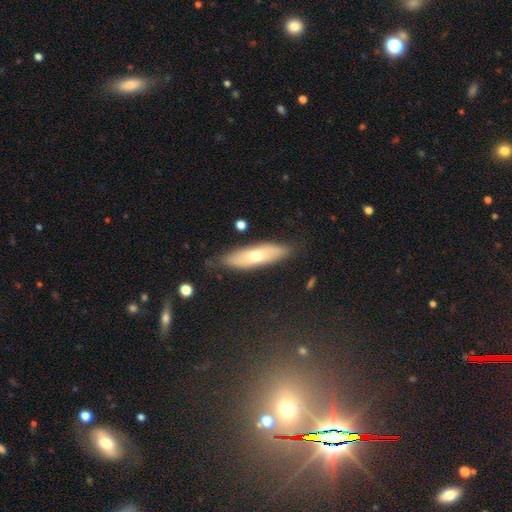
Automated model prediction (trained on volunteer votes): smooth_or_featured: smooth (p=0.58) [alt: featured or disk p=0.36]
how_rounded: cigar-shaped (p=0.50) [alt: in between p=0.48]
merging: none (p=0.78) [alt: minor disturbance p=0.17]